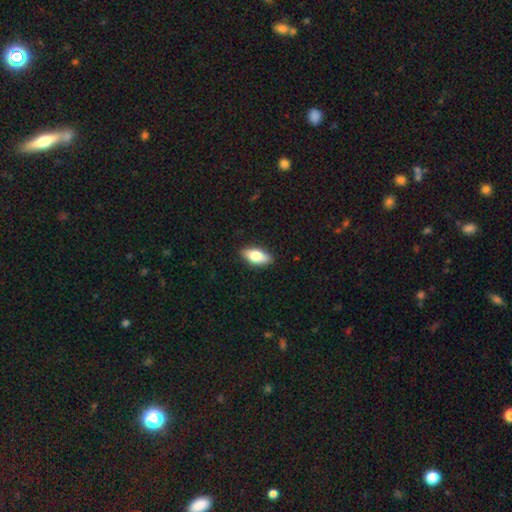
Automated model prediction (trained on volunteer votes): Q: Smooth or featured?
A: smooth (72%); runner-up: featured or disk (21%)
Q: How rounded?
A: in between (85%); runner-up: cigar-shaped (11%)
Q: Merging?
A: none (87%); runner-up: minor disturbance (10%)